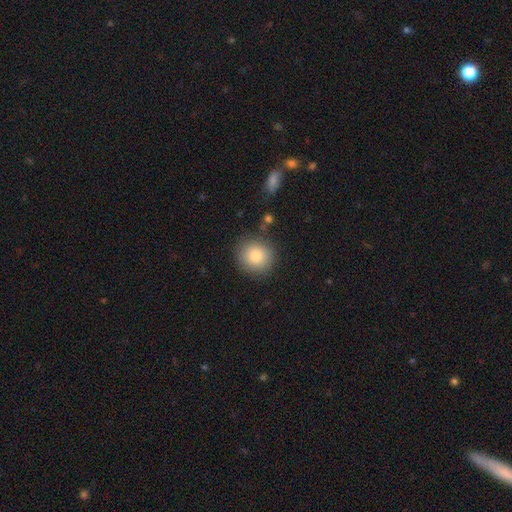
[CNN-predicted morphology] smooth 84%, star or artifact 9%, featured or disk 7%. Down the decision tree: how rounded — round (91%); merging — none (86%).